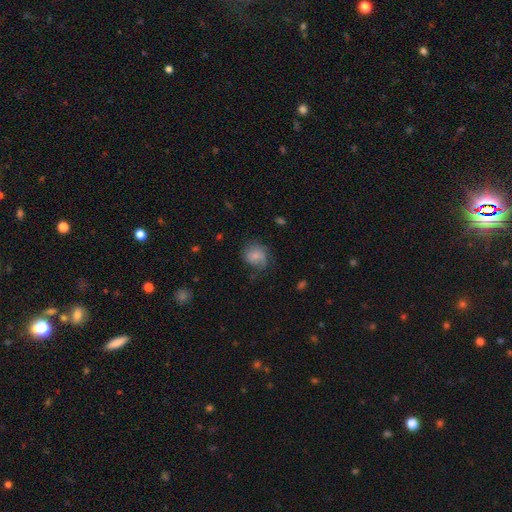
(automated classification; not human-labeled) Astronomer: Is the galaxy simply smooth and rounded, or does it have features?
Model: smooth — 57% (runner-up: featured or disk, 34%).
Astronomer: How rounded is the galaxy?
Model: round — 68%.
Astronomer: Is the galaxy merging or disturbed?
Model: none — 52% (runner-up: minor disturbance, 27%).